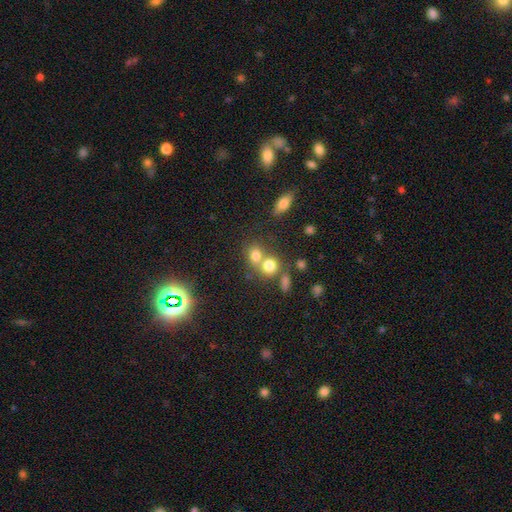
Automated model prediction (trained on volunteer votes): Smooth or featured? Predicted: smooth (p=0.74). How rounded? Predicted: round (p=0.72). Merging? Predicted: merger (p=0.49).